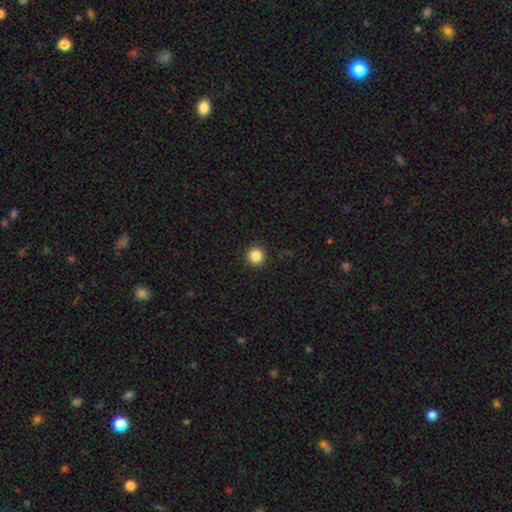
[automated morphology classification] A smooth galaxy with no disk features (86%) that is round (95%).

Vote fractions:
- Smooth or featured? smooth: 86% / star or artifact: 10% / featured or disk: 4%
- How rounded? round: 95% / in between: 4% / cigar-shaped: 1%
- Merging? none: 93% / minor disturbance: 4% / major disturbance: 2% / merger: 1%